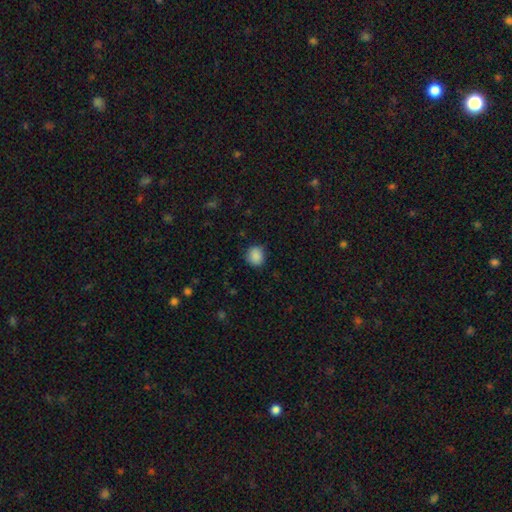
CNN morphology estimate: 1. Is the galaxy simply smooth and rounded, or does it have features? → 88% smooth, 9% star or artifact, 3% featured or disk.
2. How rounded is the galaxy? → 80% round, 19% in between, 1% cigar-shaped.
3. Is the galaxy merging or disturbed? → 79% none, 17% minor disturbance, 4% major disturbance, 1% merger.